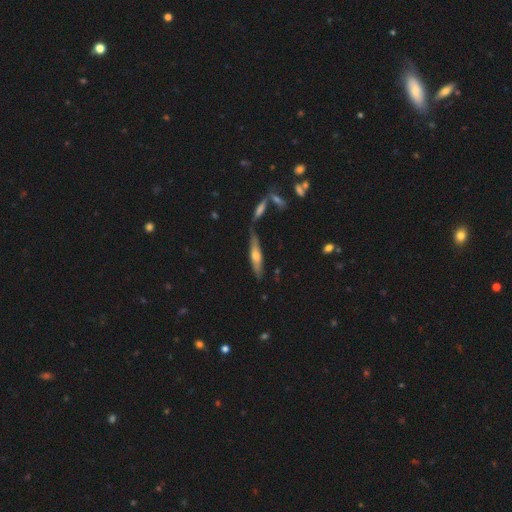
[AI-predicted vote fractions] The model was most divided on "smooth or featured": featured or disk: 48%, smooth: 46%, star or artifact: 6%. More confident: merging — none (69%).